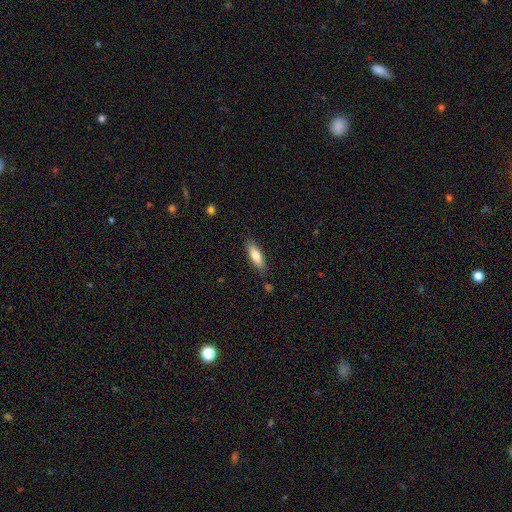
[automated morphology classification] The model was most divided on "how rounded": in between: 58%, cigar-shaped: 40%, round: 2%. More confident: merging — none (85%); smooth or featured — smooth (76%).